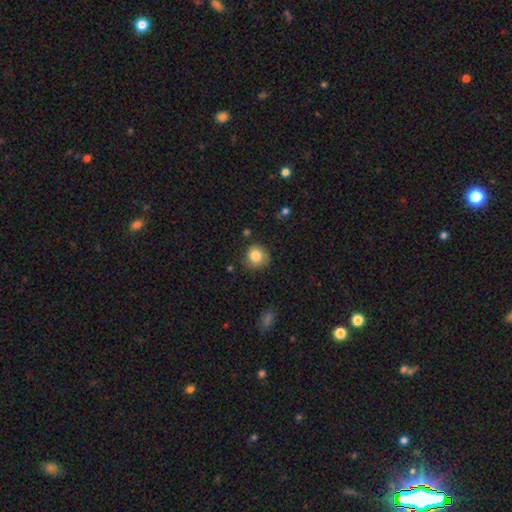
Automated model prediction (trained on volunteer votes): smooth-or-featured: smooth: 84% | star or artifact: 10% | featured or disk: 7%
  how-rounded: round: 87% | in between: 12% | cigar-shaped: 1%
  merging: none: 78% | minor disturbance: 17% | major disturbance: 3% | merger: 2%